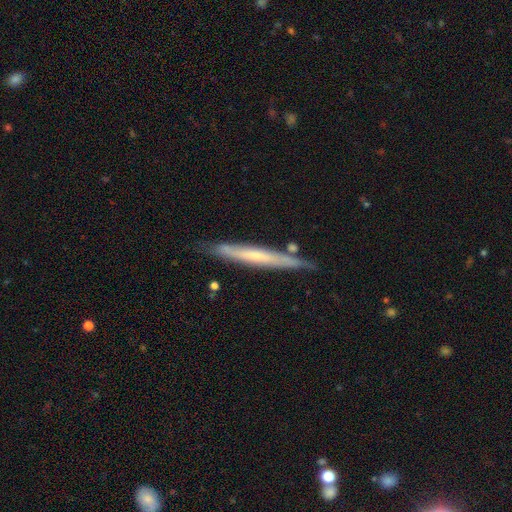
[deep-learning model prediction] Smooth or featured: featured or disk — 56% (smooth — 38%)
Edge-on disk: yes — 92% (no — 8%)
Edge-on bulge: none — 65% (rounded — 29%)
Merging: none — 80% (minor disturbance — 14%)